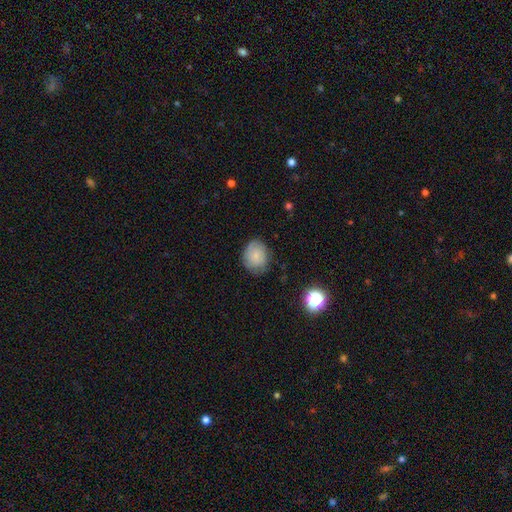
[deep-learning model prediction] smooth_or_featured: smooth (p=0.65) [alt: featured or disk p=0.25]
how_rounded: round (p=0.67) [alt: in between p=0.32]
merging: none (p=0.70) [alt: minor disturbance p=0.22]